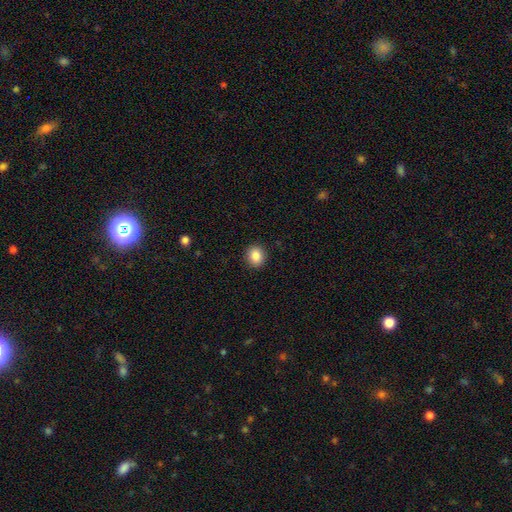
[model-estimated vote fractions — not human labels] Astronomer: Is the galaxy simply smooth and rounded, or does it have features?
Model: smooth — 87%.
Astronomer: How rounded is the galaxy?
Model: round — 70%.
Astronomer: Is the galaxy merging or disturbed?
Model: none — 91%.